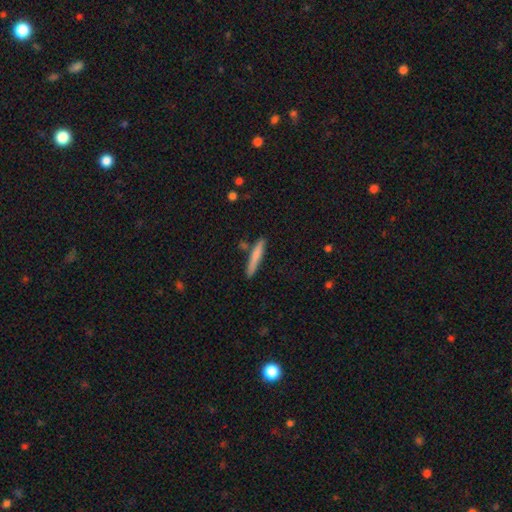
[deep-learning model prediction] Q: Smooth or featured?
A: smooth (75%); runner-up: featured or disk (20%)
Q: How rounded?
A: cigar-shaped (94%); runner-up: in between (4%)
Q: Merging?
A: none (82%); runner-up: minor disturbance (11%)